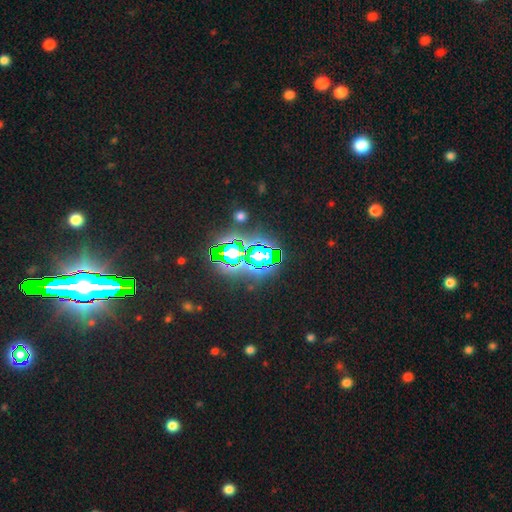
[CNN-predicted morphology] This appears to be a star or artifact, not a galaxy (77%).